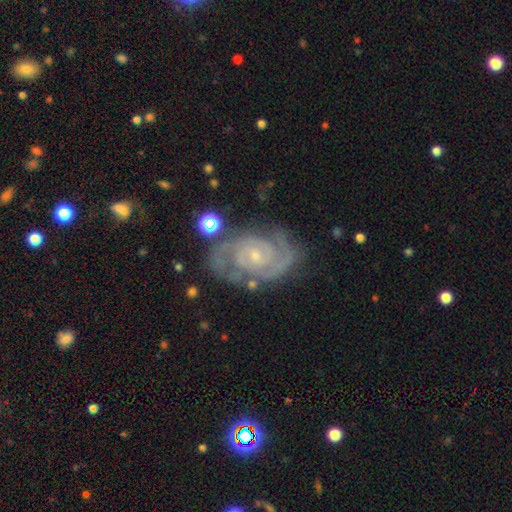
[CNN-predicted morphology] Smooth or featured?
  - featured or disk: 90% *
  - star or artifact: 6%
  - smooth: 4%
Edge-on disk?
  - no: 97% *
  - yes: 3%
Bar?
  - no: 70% *
  - weak: 23%
  - strong: 7%
Spiral arms?
  - yes: 98% *
  - no: 2%
Spiral winding?
  - tight: 70% *
  - medium: 26%
  - loose: 4%
Spiral arm count?
  - 2: 75% *
  - 3: 9%
  - can't tell: 7%
  - 4: 3%
  - 1: 3%
  - more than 4: 2%
Bulge size?
  - small: 78% *
  - moderate: 17%
  - none: 3%
  - large: 1%
  - dominant: 1%
Merging?
  - none: 75% *
  - minor disturbance: 16%
  - major disturbance: 6%
  - merger: 3%